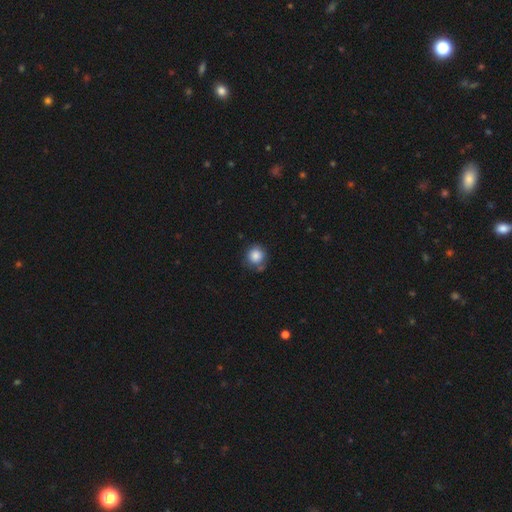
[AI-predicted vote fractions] Morphology: type=smooth (85%); roundness=round (91%); merging=none (68%).